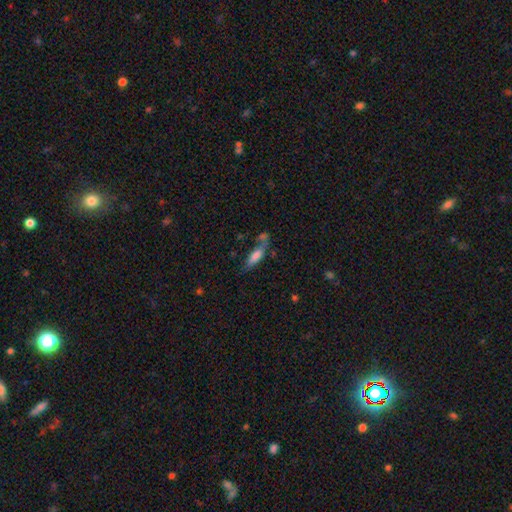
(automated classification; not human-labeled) Morphology: type=smooth (71%); roundness=cigar-shaped (50%); merging=none (41%).